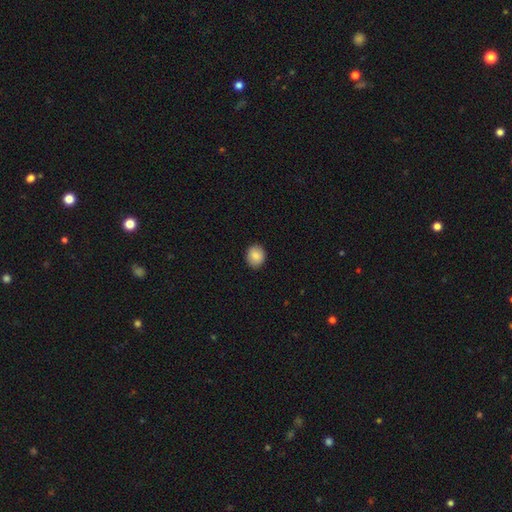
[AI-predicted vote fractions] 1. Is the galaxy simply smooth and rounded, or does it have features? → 87% smooth, 8% star or artifact, 5% featured or disk.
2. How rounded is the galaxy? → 69% round, 30% in between, 1% cigar-shaped.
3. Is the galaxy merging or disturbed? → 90% none, 7% minor disturbance, 2% major disturbance, 1% merger.